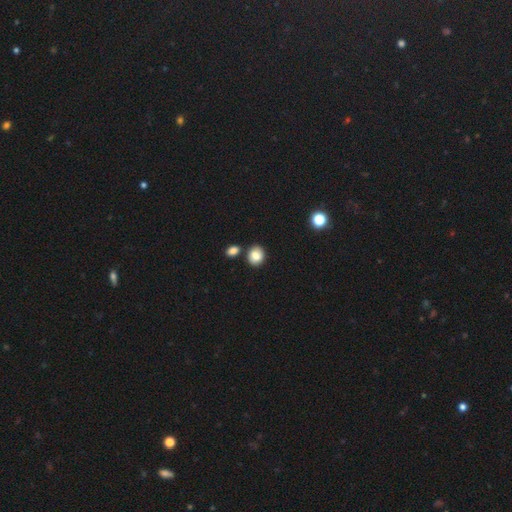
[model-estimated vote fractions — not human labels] This appears to be a smooth galaxy with no disk features (84%) that is round (60%). Merging: none (75%).